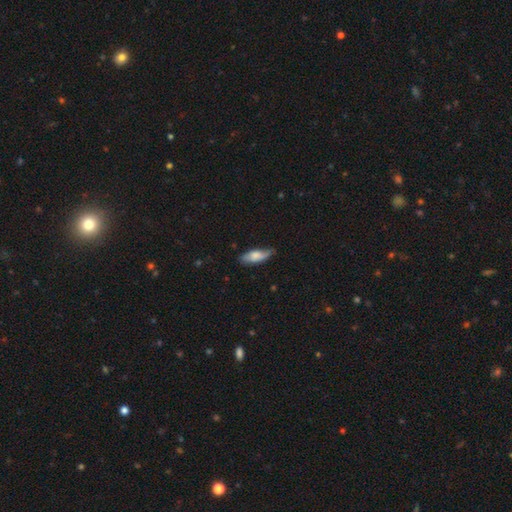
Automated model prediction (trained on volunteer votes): This appears to be a smooth galaxy with no disk features (67%) that is in between round and cigar-shaped (65%). Merging: none (70%).